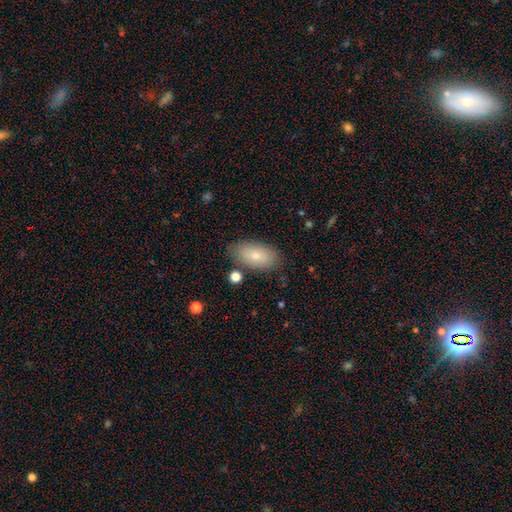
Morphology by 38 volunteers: A smooth galaxy with no disk features (76%) that is in between round and cigar-shaped (90%). Merging: none (89%).